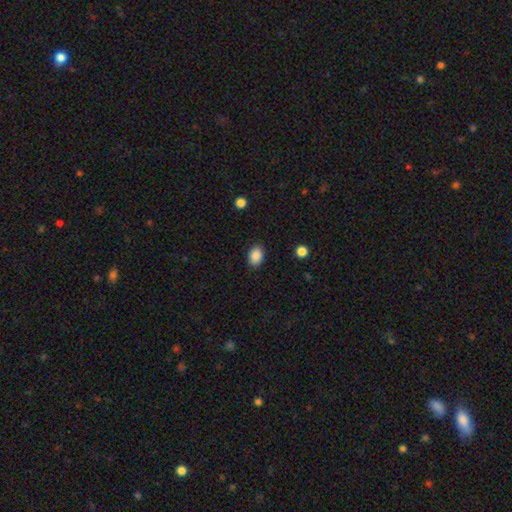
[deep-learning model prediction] This appears to be a smooth galaxy with no disk features (89%) that is in between round and cigar-shaped (79%). Merging: none (87%).